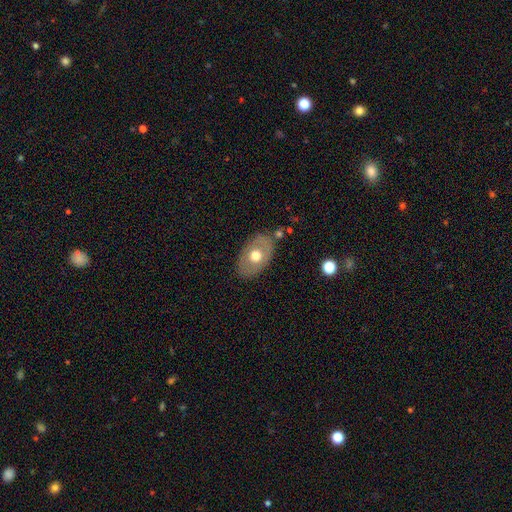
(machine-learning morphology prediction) A smooth galaxy with no disk features (54%) that is in between round and cigar-shaped (85%). Merging: none (79%).